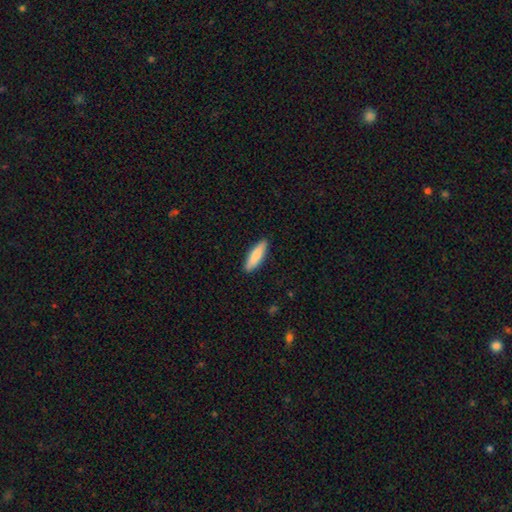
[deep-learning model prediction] Smooth or featured: smooth — 86% (featured or disk — 9%)
How rounded: cigar-shaped — 62% (in between — 36%)
Merging: none — 90% (minor disturbance — 8%)